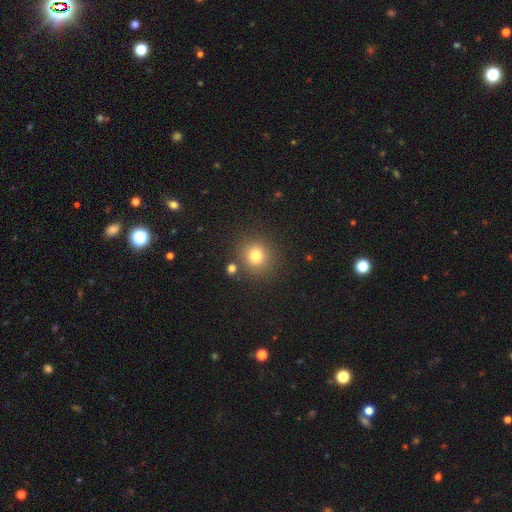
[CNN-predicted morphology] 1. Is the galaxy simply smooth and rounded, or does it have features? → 77% smooth, 15% star or artifact, 8% featured or disk.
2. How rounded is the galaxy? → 89% round, 10% in between, 1% cigar-shaped.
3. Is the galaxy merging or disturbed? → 83% none, 8% minor disturbance, 6% merger, 3% major disturbance.